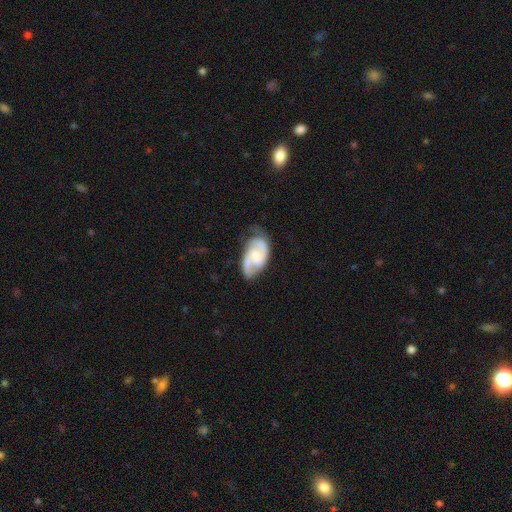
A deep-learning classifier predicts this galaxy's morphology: Smooth or featured? featured or disk (81%)
Edge-on disk? no (97%)
Bar? weak (47%)
Spiral arms? yes (96%)
Spiral winding? medium (53%)
Spiral arm count? 2 (88%)
Bulge size? small (44%)
Merging? none (69%)